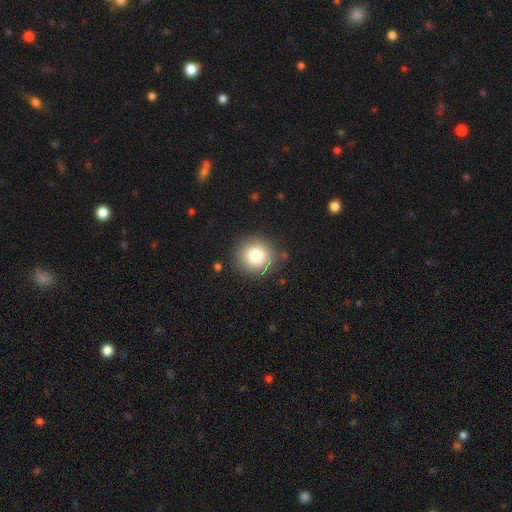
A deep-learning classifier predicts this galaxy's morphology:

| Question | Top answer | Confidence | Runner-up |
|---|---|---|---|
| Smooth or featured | smooth | 83% | star or artifact (10%) |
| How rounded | round | 92% | in between (7%) |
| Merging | none | 87% | minor disturbance (8%) |